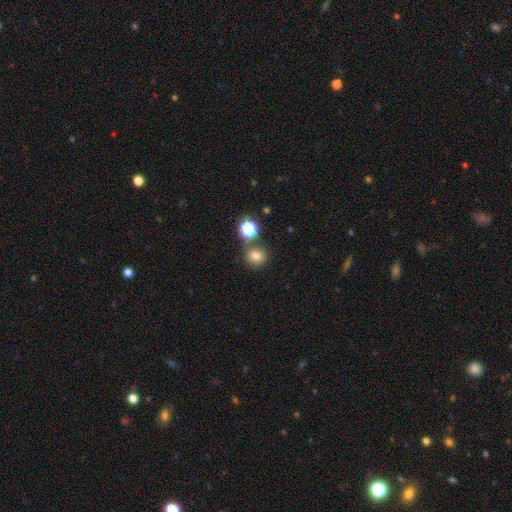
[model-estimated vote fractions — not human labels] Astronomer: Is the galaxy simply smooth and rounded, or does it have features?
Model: smooth — 74%.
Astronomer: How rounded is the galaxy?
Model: round — 83%.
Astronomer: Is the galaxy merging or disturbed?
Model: none — 73%.